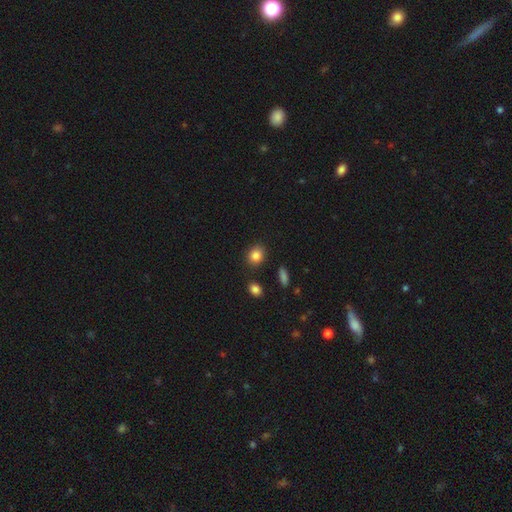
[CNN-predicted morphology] Overall: smooth (85%). How rounded: round (62%; in between 37%). Merging: none (85%).